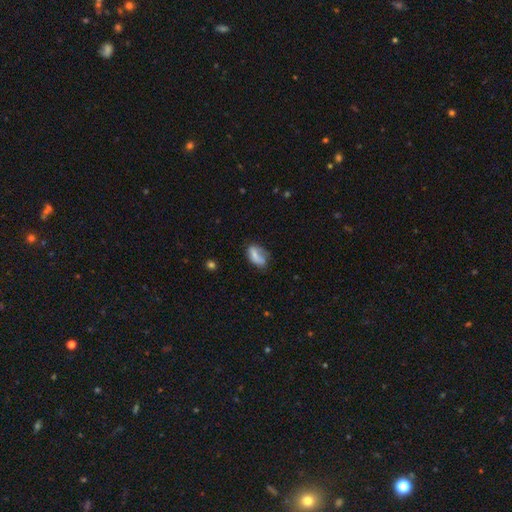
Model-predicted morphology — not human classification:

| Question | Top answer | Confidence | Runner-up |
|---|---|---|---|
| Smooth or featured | smooth | 67% | featured or disk (24%) |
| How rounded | in between | 85% | round (9%) |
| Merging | none | 49% | minor disturbance (31%) |